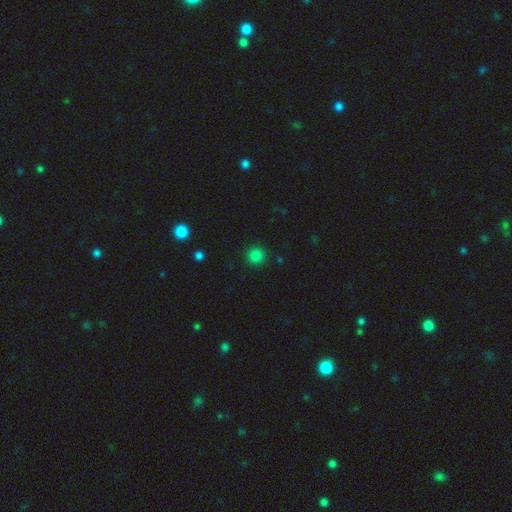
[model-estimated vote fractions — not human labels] A smooth galaxy with no disk features (83%) that is round (94%). Merging: none (91%).